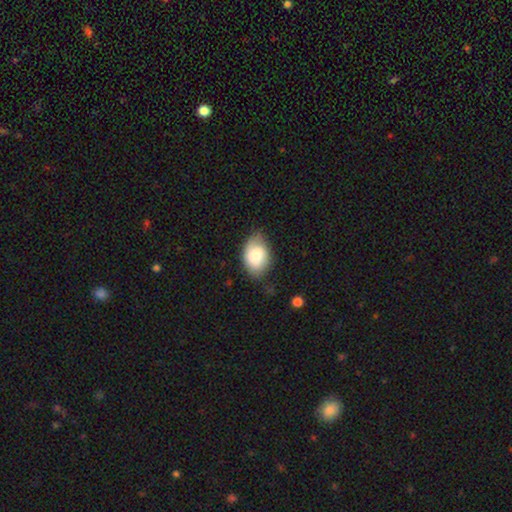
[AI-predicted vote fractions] Morphology: type=smooth (72%); roundness=in between (84%); merging=none (62%).